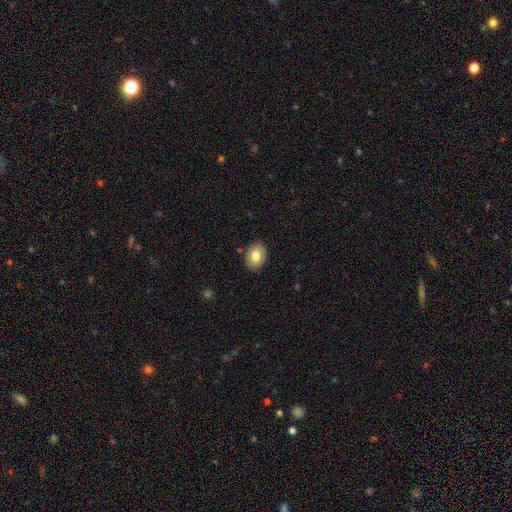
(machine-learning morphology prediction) Smooth or featured?
  - smooth: 80% *
  - featured or disk: 13%
  - star or artifact: 8%
How rounded?
  - in between: 64% *
  - round: 35%
  - cigar-shaped: 1%
Merging?
  - none: 87% *
  - minor disturbance: 9%
  - major disturbance: 2%
  - merger: 1%